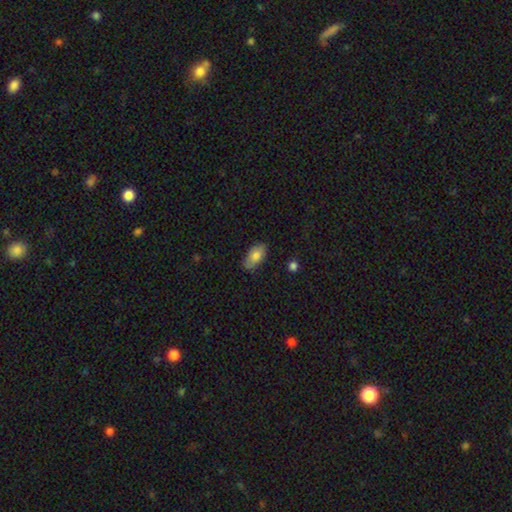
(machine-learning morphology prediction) A smooth galaxy with no disk features (80%) that is in between round and cigar-shaped (92%). Merging: none (78%).